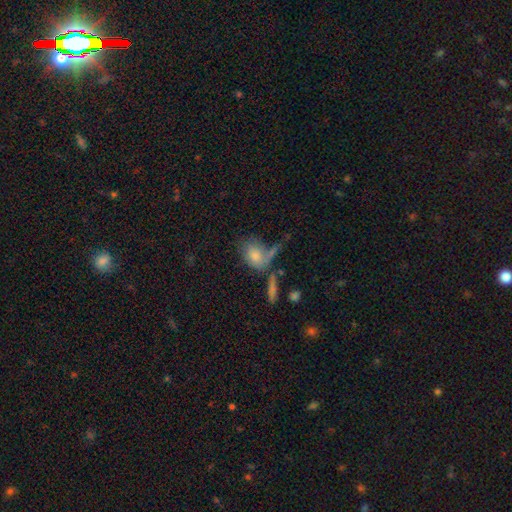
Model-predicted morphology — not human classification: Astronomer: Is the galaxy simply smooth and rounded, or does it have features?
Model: smooth — 63%.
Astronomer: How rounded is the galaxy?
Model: in between — 61%.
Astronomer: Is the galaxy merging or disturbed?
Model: none — 39% (runner-up: major disturbance, 23%).